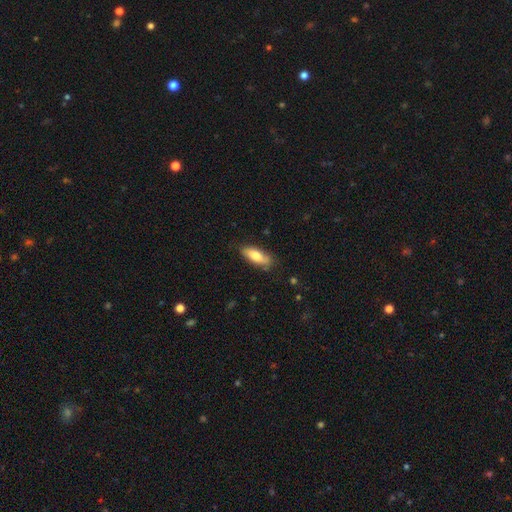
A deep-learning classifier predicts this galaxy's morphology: Smooth or featured: smooth — 75% (featured or disk — 18%)
How rounded: in between — 69% (cigar-shaped — 29%)
Merging: none — 73% (minor disturbance — 21%)